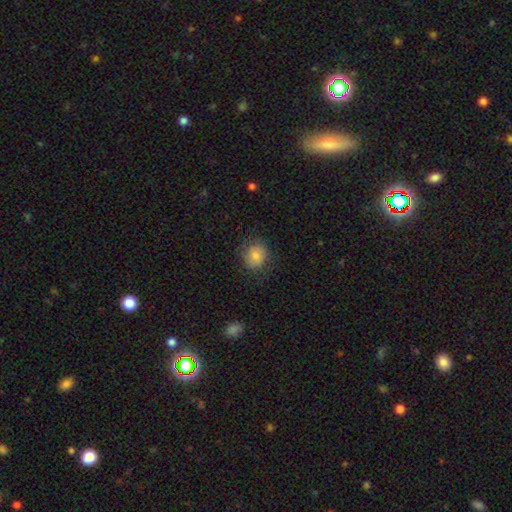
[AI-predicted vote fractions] Smooth or featured? Predicted: smooth (p=0.78). How rounded? Predicted: round (p=0.73). Merging? Predicted: none (p=0.78).